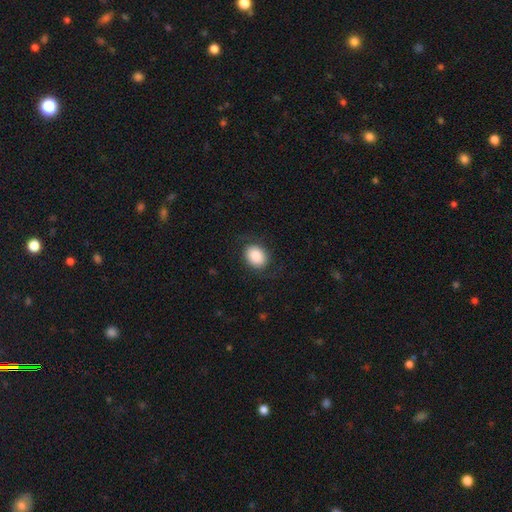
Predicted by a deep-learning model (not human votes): Smooth or featured?
  - smooth: 83% *
  - featured or disk: 10%
  - star or artifact: 7%
How rounded?
  - in between: 56% *
  - round: 43%
  - cigar-shaped: 1%
Merging?
  - none: 79% *
  - minor disturbance: 13%
  - major disturbance: 7%
  - merger: 1%